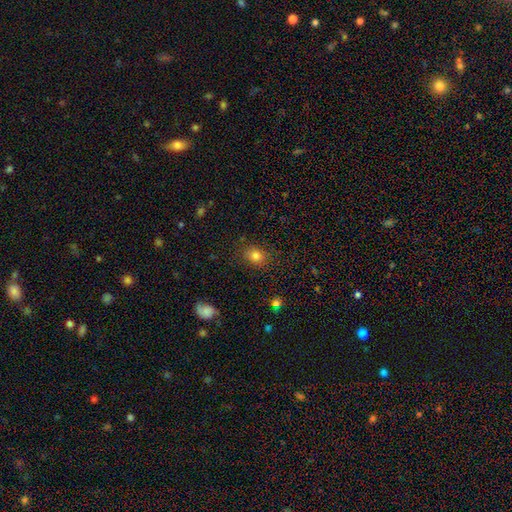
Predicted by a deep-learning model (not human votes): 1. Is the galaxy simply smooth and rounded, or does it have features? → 80% smooth, 13% star or artifact, 7% featured or disk.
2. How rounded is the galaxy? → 61% round, 38% in between, 1% cigar-shaped.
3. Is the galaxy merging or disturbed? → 84% none, 11% minor disturbance, 3% major disturbance, 2% merger.